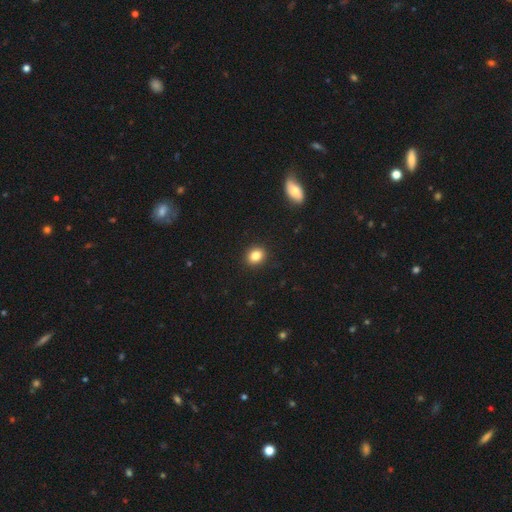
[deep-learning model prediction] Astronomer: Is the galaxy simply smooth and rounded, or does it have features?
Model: smooth — 84%.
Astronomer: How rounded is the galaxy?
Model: round — 62% (runner-up: in between, 37%).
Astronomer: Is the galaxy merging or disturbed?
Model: none — 91%.